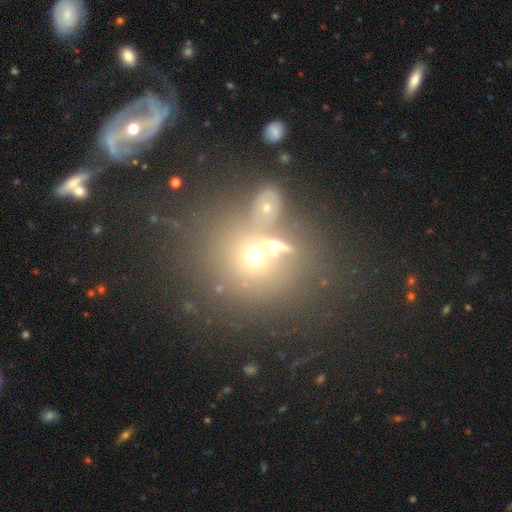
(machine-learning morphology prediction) smooth_or_featured: smooth (p=0.47) [alt: star or artifact p=0.27]
merging: none (p=0.48) [alt: merger p=0.32]